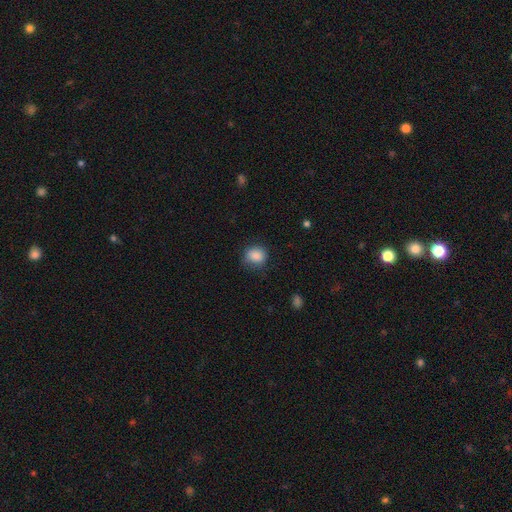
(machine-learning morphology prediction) smooth-or-featured: smooth: 87% | star or artifact: 9% | featured or disk: 5%
  how-rounded: round: 72% | in between: 27% | cigar-shaped: 1%
  merging: none: 75% | minor disturbance: 19% | major disturbance: 5% | merger: 1%